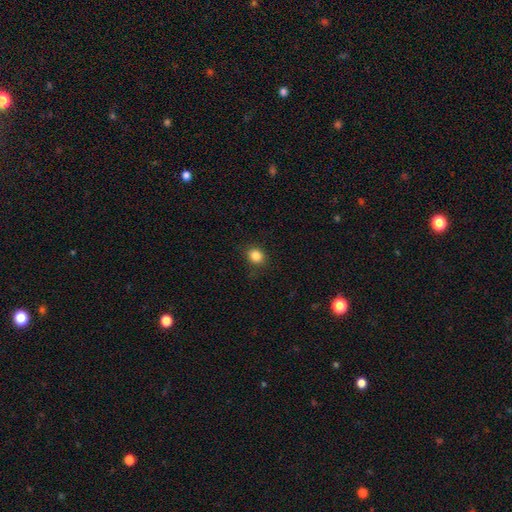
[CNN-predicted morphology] Q: Smooth or featured?
A: smooth (85%); runner-up: star or artifact (11%)
Q: How rounded?
A: round (70%); runner-up: in between (30%)
Q: Merging?
A: none (86%); runner-up: minor disturbance (11%)